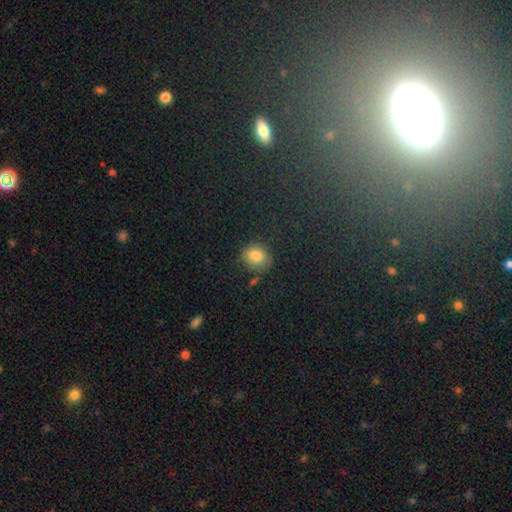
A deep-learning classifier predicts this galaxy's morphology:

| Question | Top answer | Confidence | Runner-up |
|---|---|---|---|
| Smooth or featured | smooth | 81% | star or artifact (11%) |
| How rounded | round | 50% | in between (49%) |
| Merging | none | 64% | minor disturbance (23%) |